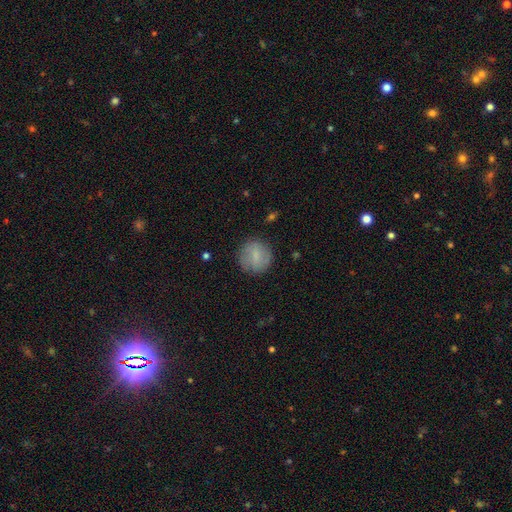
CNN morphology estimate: Smooth or featured? Predicted: smooth (p=0.71). How rounded? Predicted: round (p=0.88). Merging? Predicted: none (p=0.82).